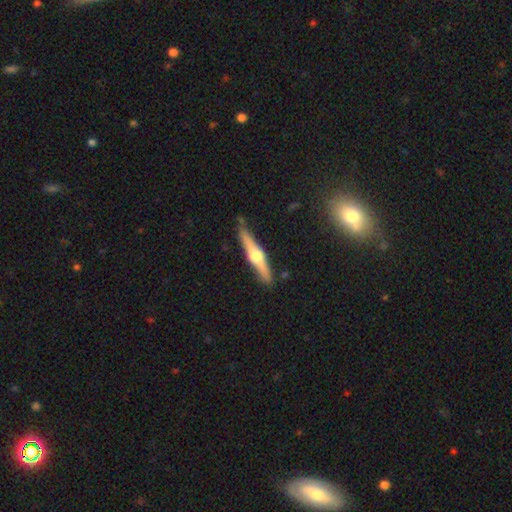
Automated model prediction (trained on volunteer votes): Smooth or featured?
  - featured or disk: 72% *
  - smooth: 23%
  - star or artifact: 5%
Edge-on disk?
  - yes: 97% *
  - no: 3%
Edge-on bulge?
  - rounded: 95% *
  - boxy: 3%
  - none: 2%
Merging?
  - none: 86% *
  - minor disturbance: 10%
  - merger: 2%
  - major disturbance: 2%